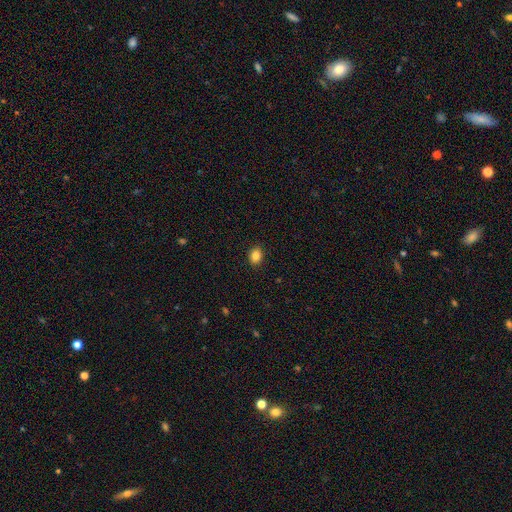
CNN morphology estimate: Overall: smooth (85%). How rounded: in between (59%; round 40%). Merging: none (90%).